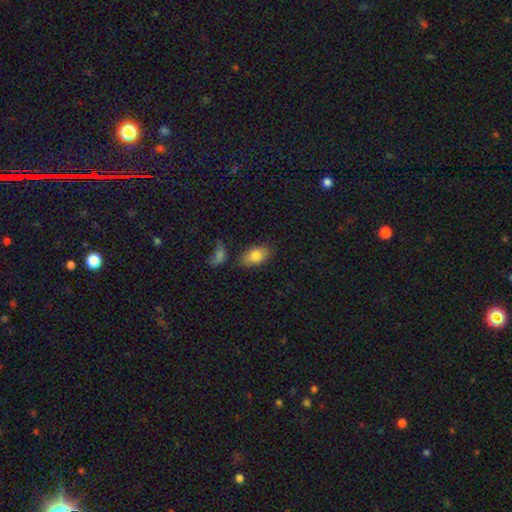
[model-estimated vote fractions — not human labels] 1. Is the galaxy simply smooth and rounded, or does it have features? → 82% smooth, 11% featured or disk, 7% star or artifact.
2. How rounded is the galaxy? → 91% in between, 7% round, 2% cigar-shaped.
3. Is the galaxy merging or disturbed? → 77% none, 13% minor disturbance, 6% merger, 4% major disturbance.